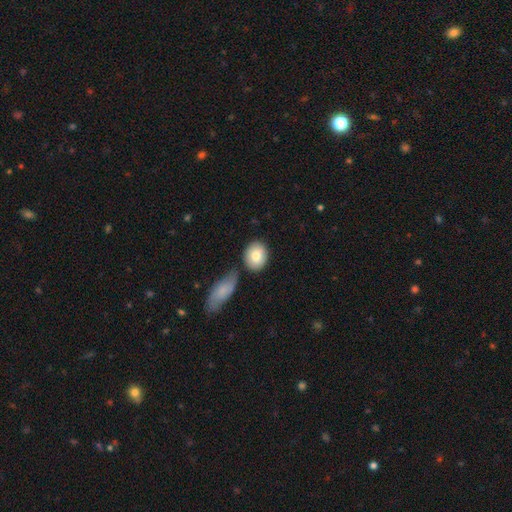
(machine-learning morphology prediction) Smooth or featured: smooth — 82% (featured or disk — 11%)
How rounded: round — 56% (in between — 42%)
Merging: none — 72% (merger — 13%)